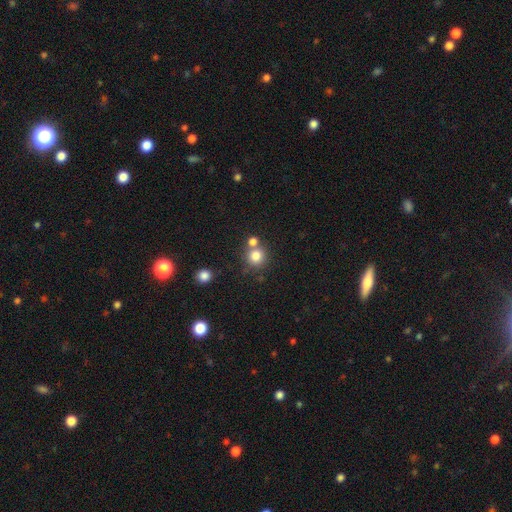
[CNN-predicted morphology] type=smooth (80%); roundness=round (90%); merging=none (61%).